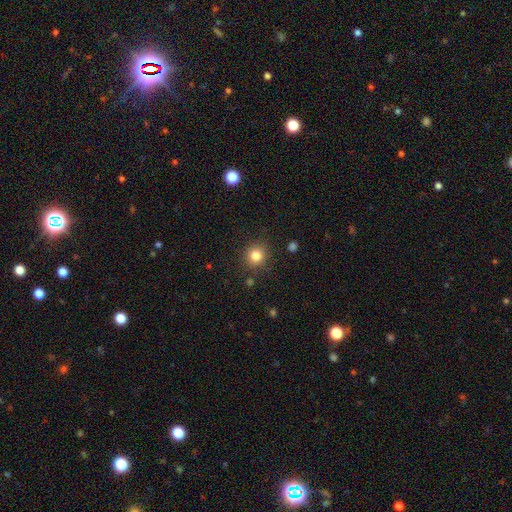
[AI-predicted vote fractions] smooth-or-featured: smooth: 82% | star or artifact: 12% | featured or disk: 6%
  how-rounded: round: 90% | in between: 9% | cigar-shaped: 1%
  merging: none: 87% | minor disturbance: 8% | major disturbance: 3% | merger: 2%